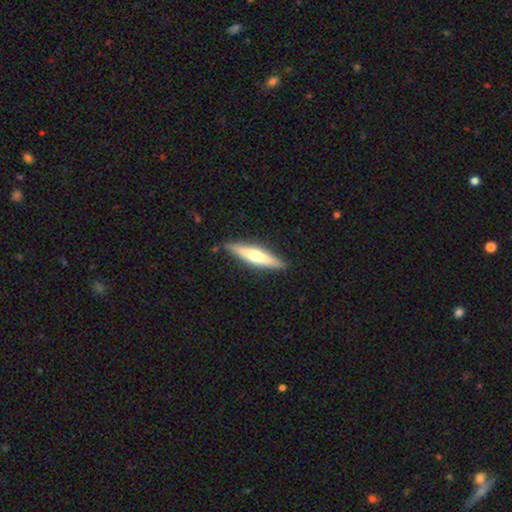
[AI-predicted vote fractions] Overall: featured or disk (48%; smooth 47%). Merging: none (88%).